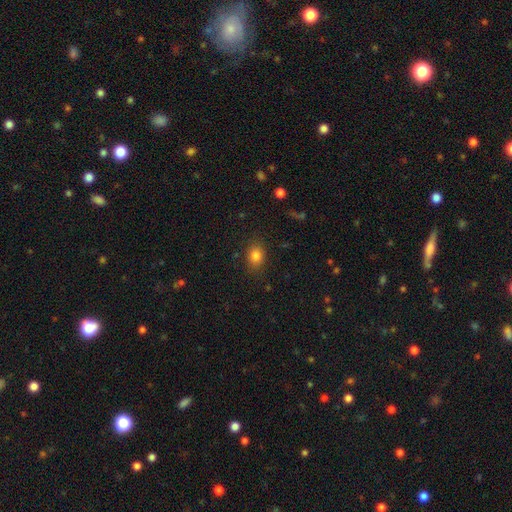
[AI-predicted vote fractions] A smooth galaxy with no disk features (82%) that is in between round and cigar-shaped (60%).

Vote fractions:
- Smooth or featured? smooth: 82% / star or artifact: 12% / featured or disk: 7%
- How rounded? in between: 60% / round: 39% / cigar-shaped: 1%
- Merging? none: 84% / minor disturbance: 11% / major disturbance: 3% / merger: 1%